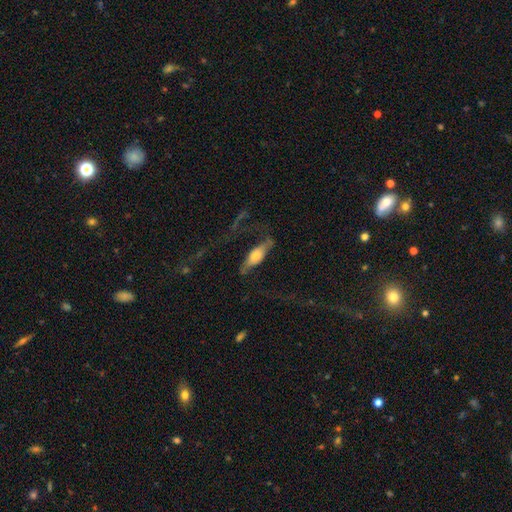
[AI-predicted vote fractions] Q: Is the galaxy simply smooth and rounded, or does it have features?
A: featured or disk — 49%.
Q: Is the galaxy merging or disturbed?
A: none — 45%.